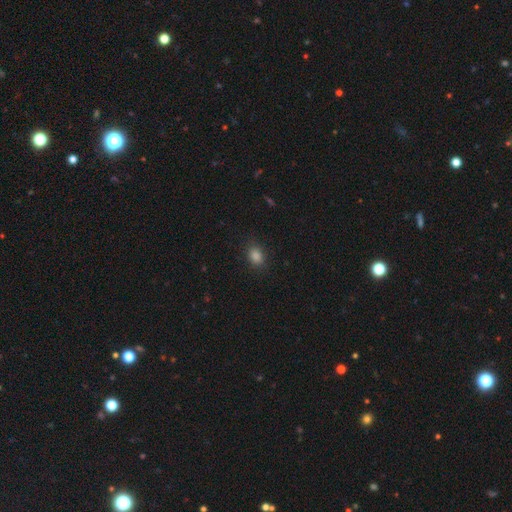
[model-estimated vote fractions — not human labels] Overall: smooth (83%). How rounded: in between (69%; round 30%). Merging: none (85%).